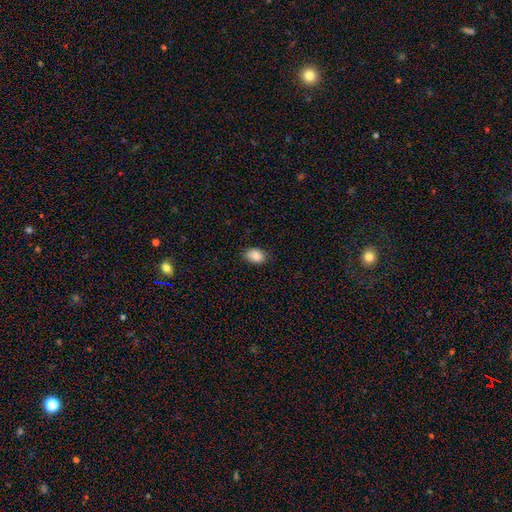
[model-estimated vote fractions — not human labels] smooth_or_featured: smooth (p=0.87) [alt: star or artifact p=0.08]
how_rounded: in between (p=0.80) [alt: round p=0.19]
merging: none (p=0.82) [alt: minor disturbance p=0.15]